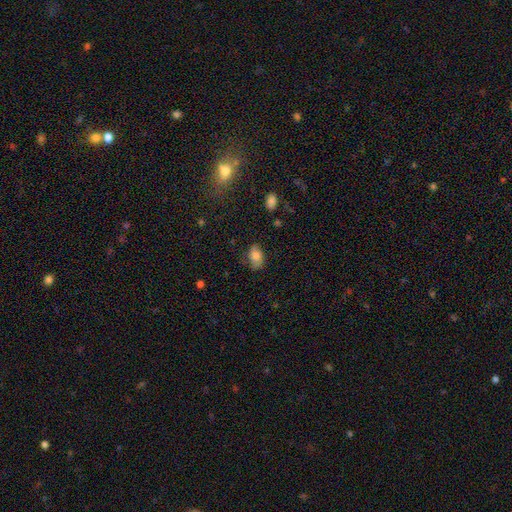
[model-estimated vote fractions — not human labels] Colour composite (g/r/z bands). It shows a smooth galaxy with no disk features (71%) that is in between round and cigar-shaped (85%). Merging: none (61%).